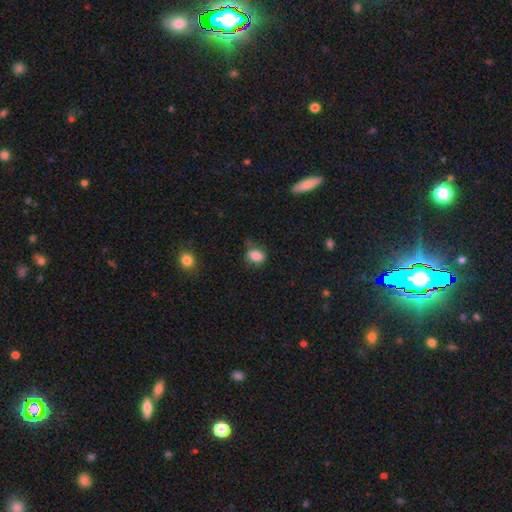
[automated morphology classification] Q: Smooth or featured?
A: smooth (84%); runner-up: star or artifact (10%)
Q: How rounded?
A: in between (70%); runner-up: round (28%)
Q: Merging?
A: none (56%); runner-up: minor disturbance (30%)